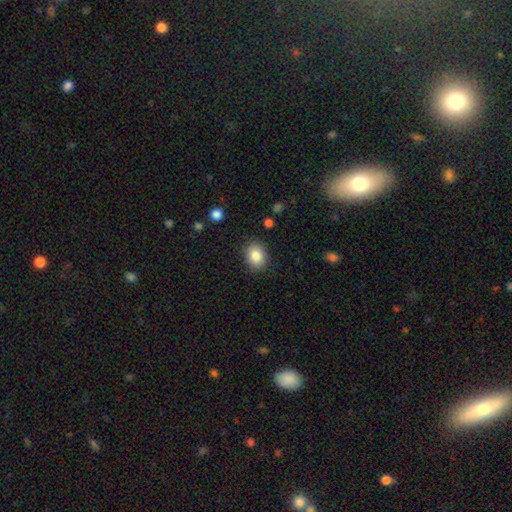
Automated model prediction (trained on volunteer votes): Morphology: type=smooth (85%); roundness=in between (55%); merging=none (87%).